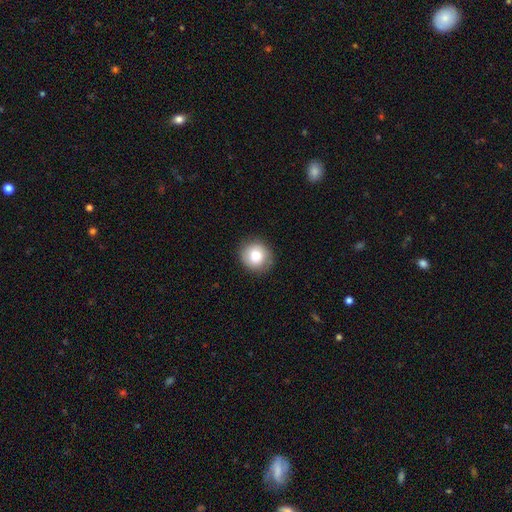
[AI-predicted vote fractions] Smooth or featured?
  - smooth: 79% *
  - featured or disk: 12%
  - star or artifact: 9%
How rounded?
  - round: 89% *
  - in between: 10%
  - cigar-shaped: 1%
Merging?
  - none: 87% *
  - minor disturbance: 9%
  - major disturbance: 2%
  - merger: 1%